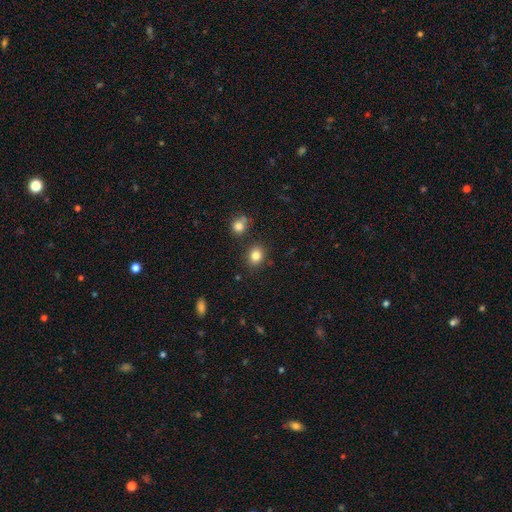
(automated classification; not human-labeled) smooth-or-featured: smooth: 82% | star or artifact: 12% | featured or disk: 6%
  how-rounded: round: 62% | in between: 37% | cigar-shaped: 1%
  merging: none: 83% | minor disturbance: 9% | merger: 5% | major disturbance: 3%